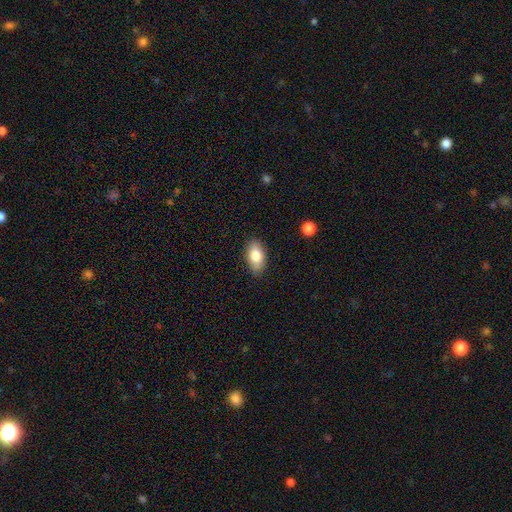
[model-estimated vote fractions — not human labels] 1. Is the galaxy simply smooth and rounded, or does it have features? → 83% smooth, 10% featured or disk, 7% star or artifact.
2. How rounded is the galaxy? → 93% in between, 4% round, 3% cigar-shaped.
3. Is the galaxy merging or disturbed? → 86% none, 11% minor disturbance, 2% major disturbance, 1% merger.